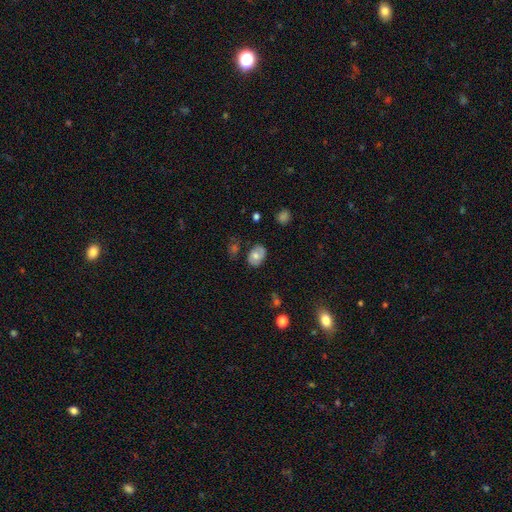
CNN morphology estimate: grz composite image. It shows a smooth galaxy with no disk features (59%) that is in between round and cigar-shaped (67%). Merging: none (71%).